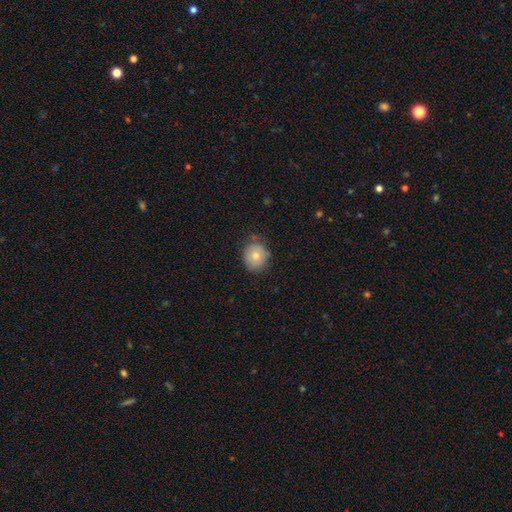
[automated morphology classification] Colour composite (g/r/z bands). It shows a smooth galaxy with no disk features (73%) that is round (82%). Merging: none (75%).